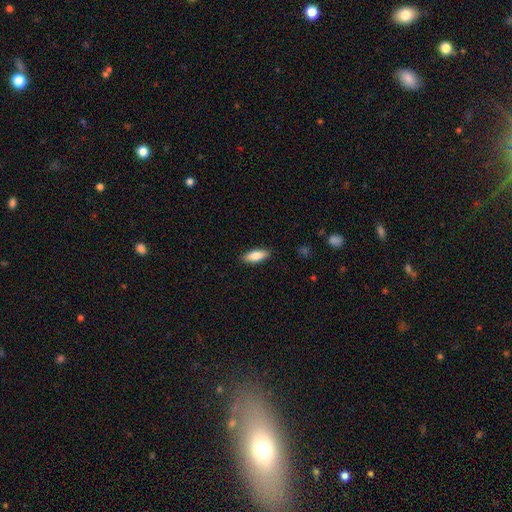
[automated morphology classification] Smooth or featured: smooth — 82% (featured or disk — 13%)
How rounded: in between — 70% (cigar-shaped — 28%)
Merging: none — 89% (minor disturbance — 8%)